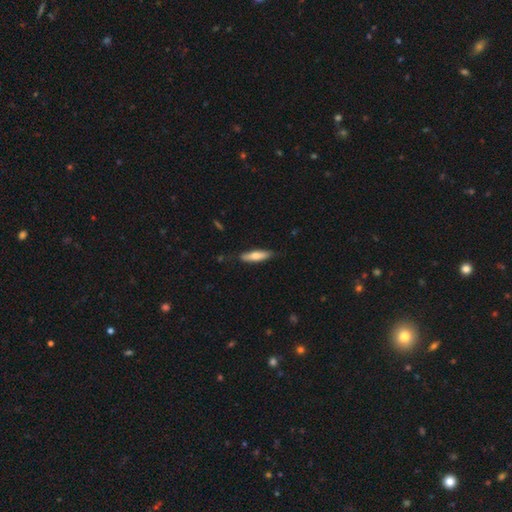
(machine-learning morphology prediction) Smooth or featured? smooth (68%)
How rounded? cigar-shaped (67%)
Merging? none (82%)